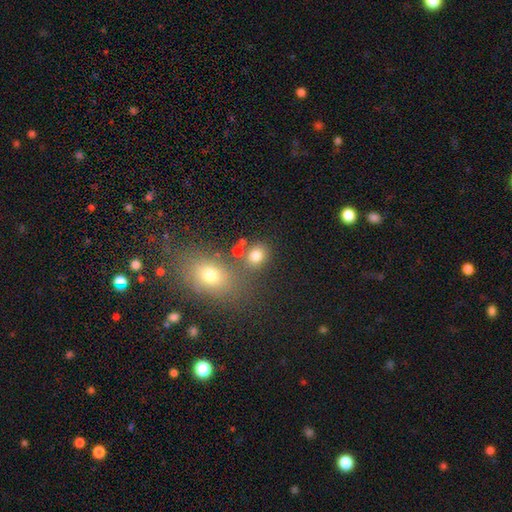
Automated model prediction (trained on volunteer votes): Smooth or featured? smooth (78%)
How rounded? round (58%)
Merging? none (64%)